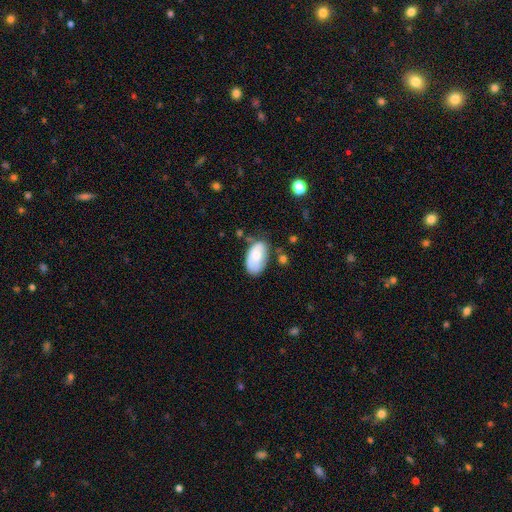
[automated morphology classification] smooth 65%, featured or disk 28%, star or artifact 7%. Down the decision tree: how rounded — in between (94%); merging — none (55%).